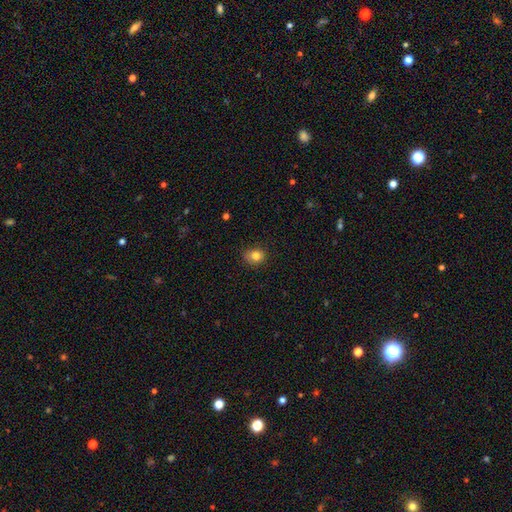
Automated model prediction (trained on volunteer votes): The model was most divided on "how rounded": round: 65%, in between: 34%, cigar-shaped: 1%. More confident: smooth or featured — smooth (81%); merging — none (79%).